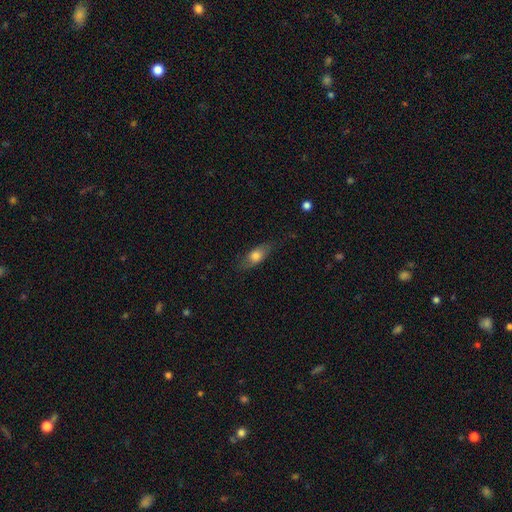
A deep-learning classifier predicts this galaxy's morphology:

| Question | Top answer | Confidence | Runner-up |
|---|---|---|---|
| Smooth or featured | smooth | 70% | featured or disk (23%) |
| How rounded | in between | 73% | cigar-shaped (21%) |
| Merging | none | 76% | minor disturbance (18%) |